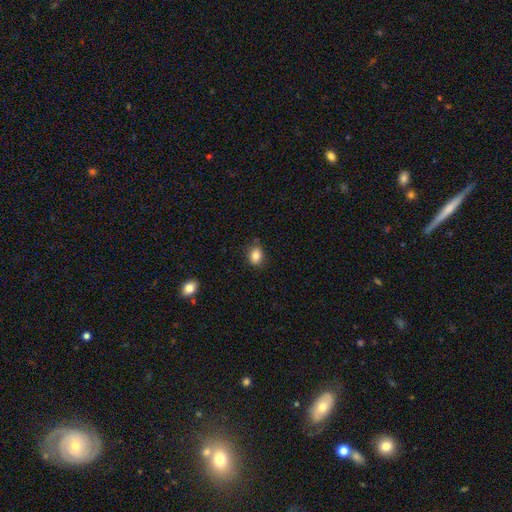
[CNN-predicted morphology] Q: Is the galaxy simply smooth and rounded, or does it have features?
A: smooth — 84%.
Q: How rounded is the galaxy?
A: in between — 61%.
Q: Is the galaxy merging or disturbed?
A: none — 81%.